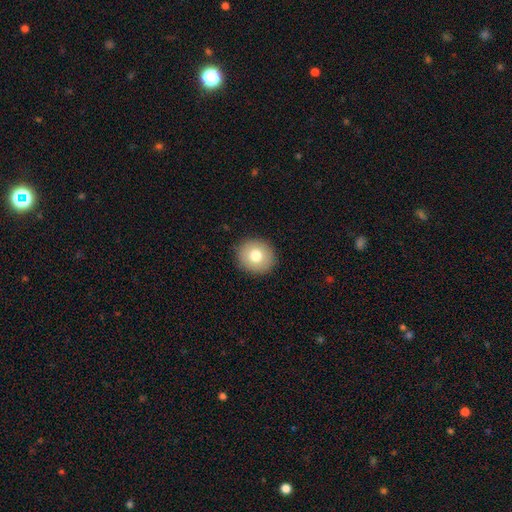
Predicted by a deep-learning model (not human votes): Overall: smooth (77%). How rounded: round (87%). Merging: none (91%).